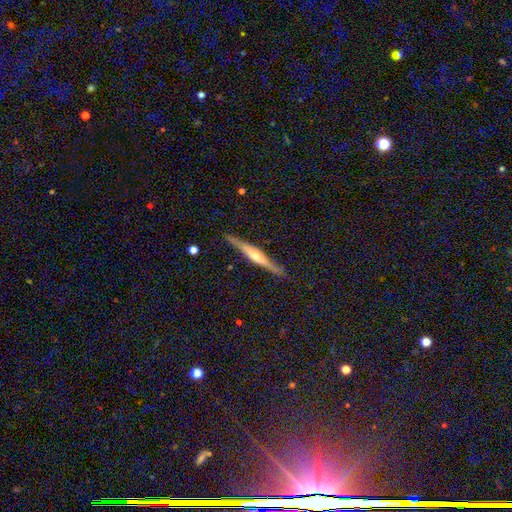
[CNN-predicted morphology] smooth_or_featured: featured or disk (p=0.71) [alt: smooth p=0.23]
disk_edge_on: yes (p=0.96) [alt: no p=0.04]
edge_on_bulge: rounded (p=0.65) [alt: boxy p=0.21]
merging: none (p=0.87) [alt: minor disturbance p=0.10]